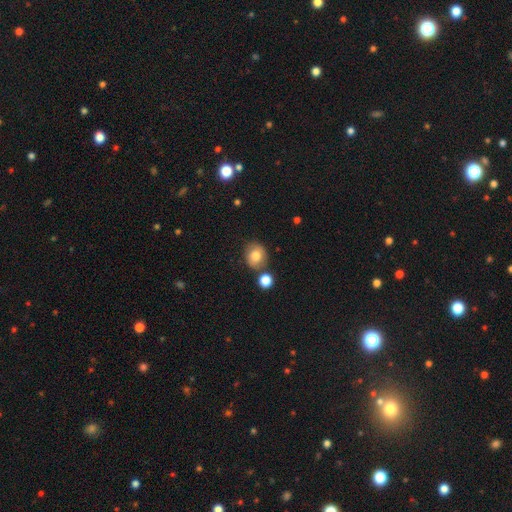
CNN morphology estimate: A smooth galaxy with no disk features (78%) that is round (71%). Merging: none (73%).